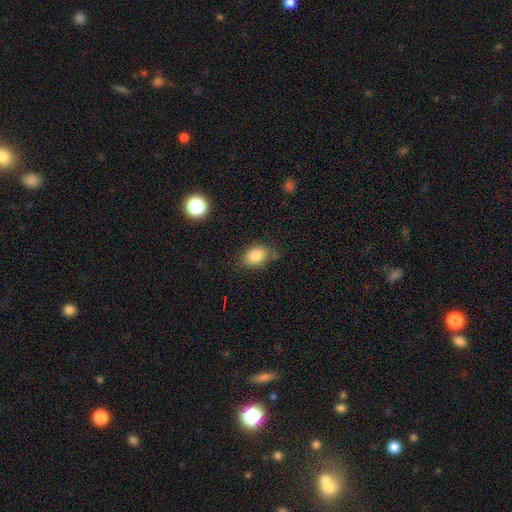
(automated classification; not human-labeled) smooth-or-featured: smooth: 84% | star or artifact: 9% | featured or disk: 7%
  how-rounded: in between: 79% | round: 19% | cigar-shaped: 2%
  merging: none: 69% | minor disturbance: 22% | major disturbance: 6% | merger: 3%